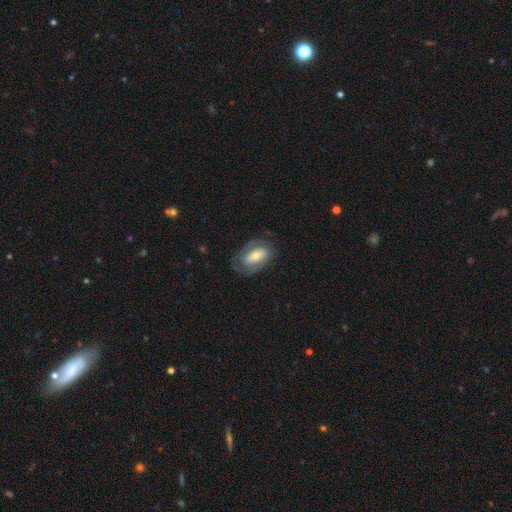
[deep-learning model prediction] Smooth or featured: featured or disk — 60% (smooth — 34%)
Edge-on disk: no — 93% (yes — 7%)
Bar: no — 49% (weak — 30%)
Spiral arms: yes — 66% (no — 34%)
Bulge size: moderate — 52% (small — 37%)
Merging: none — 70% (minor disturbance — 18%)